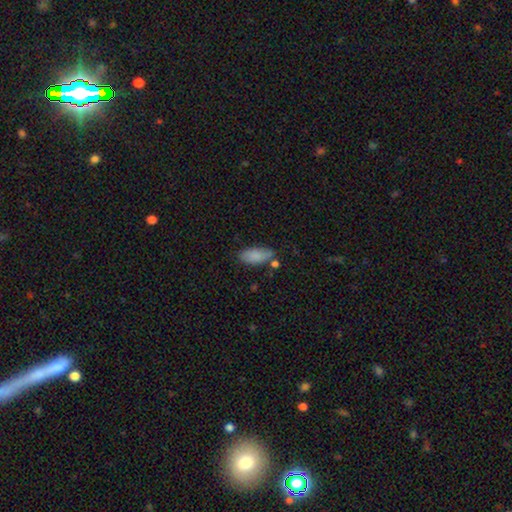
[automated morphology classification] Overall: smooth (85%). How rounded: in between (87%). Merging: none (68%).